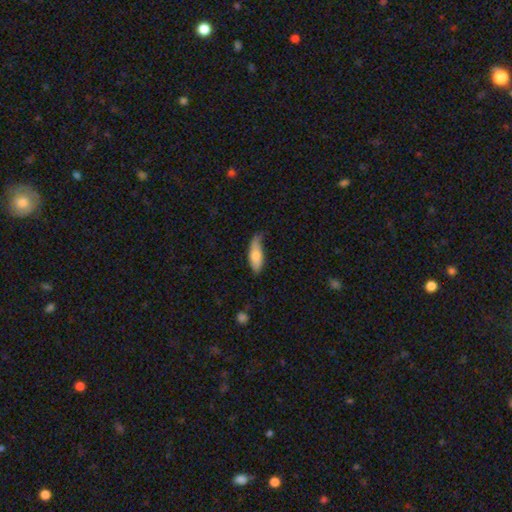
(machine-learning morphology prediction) smooth 72%, featured or disk 23%, star or artifact 5%. Down the decision tree: how rounded — in between (68%); merging — none (48%).